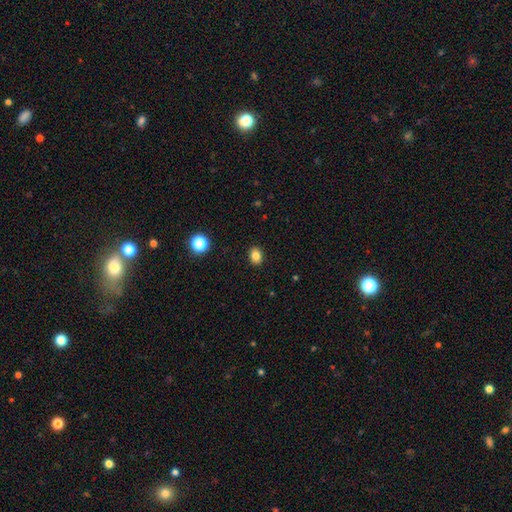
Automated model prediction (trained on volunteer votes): A smooth galaxy with no disk features (83%) that is in between round and cigar-shaped (61%). Merging: none (90%).